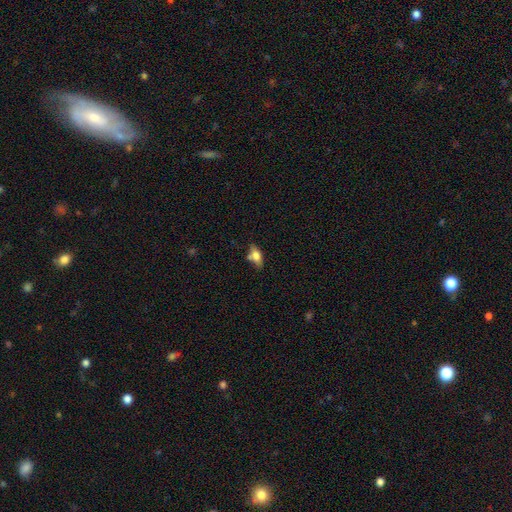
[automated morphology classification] Overall: smooth (66%). How rounded: in between (79%). Merging: none (59%; minor disturbance 23%).